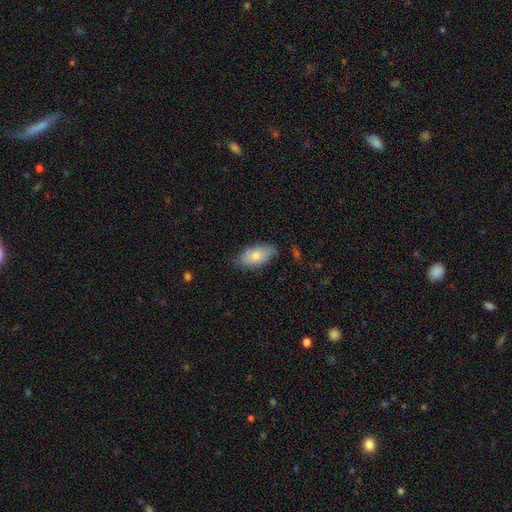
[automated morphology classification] smooth_or_featured: smooth (p=0.73) [alt: featured or disk p=0.20]
how_rounded: in between (p=0.91) [alt: cigar-shaped p=0.05]
merging: none (p=0.70) [alt: minor disturbance p=0.23]